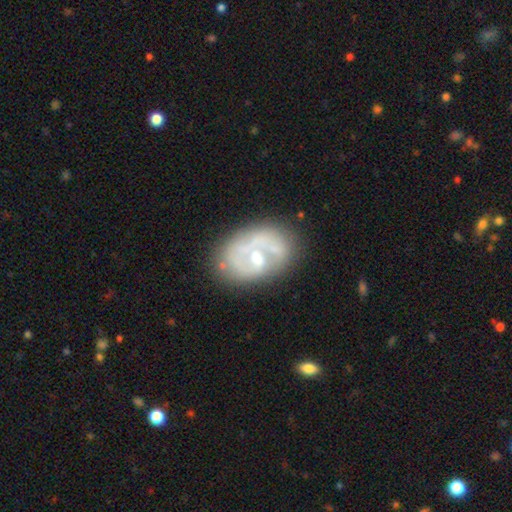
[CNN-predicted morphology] A featured or disk galaxy (69%) with no bar (58%), spiral arms (57%) and a moderate central bulge (51%).

Vote fractions:
- Smooth or featured? featured or disk: 69% / smooth: 24% / star or artifact: 7%
- Edge-on disk? no: 97% / yes: 3%
- Bar? no: 58% / weak: 34% / strong: 8%
- Spiral arms? yes: 57% / no: 43%
- Bulge size? moderate: 51% / small: 33% / none: 9% / large: 5% / dominant: 1%
- Merging? none: 56% / minor disturbance: 23% / major disturbance: 15% / merger: 6%